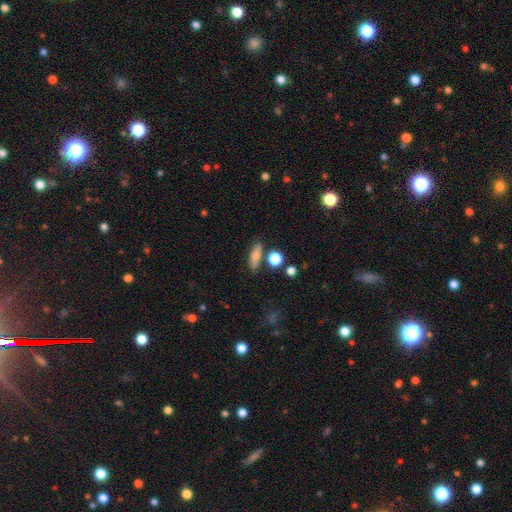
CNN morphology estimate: This appears to be a smooth galaxy with no disk features (72%) that is in between round and cigar-shaped (55%). Merging: none (73%).